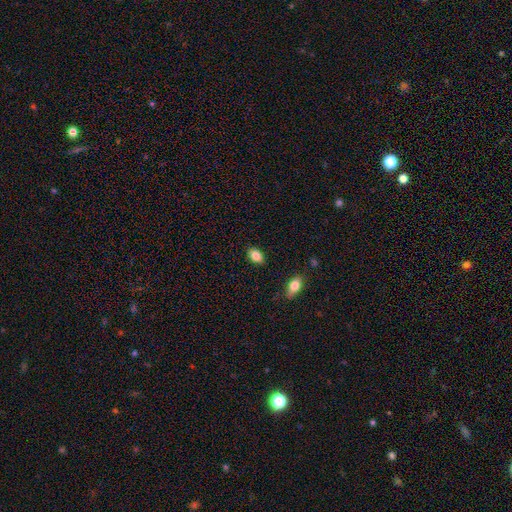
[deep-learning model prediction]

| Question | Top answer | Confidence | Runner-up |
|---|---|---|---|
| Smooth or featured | smooth | 84% | star or artifact (9%) |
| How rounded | in between | 85% | round (13%) |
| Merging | none | 87% | minor disturbance (10%) |